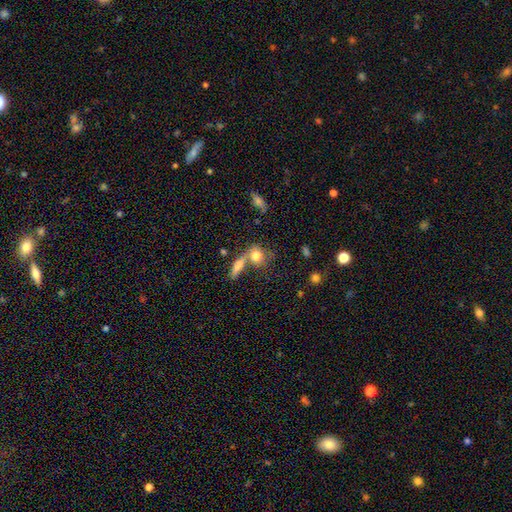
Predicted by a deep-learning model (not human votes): smooth-or-featured: smooth: 77% | featured or disk: 14% | star or artifact: 9%
  how-rounded: round: 60% | in between: 33% | cigar-shaped: 8%
  merging: none: 44% | merger: 40% | minor disturbance: 10% | major disturbance: 6%